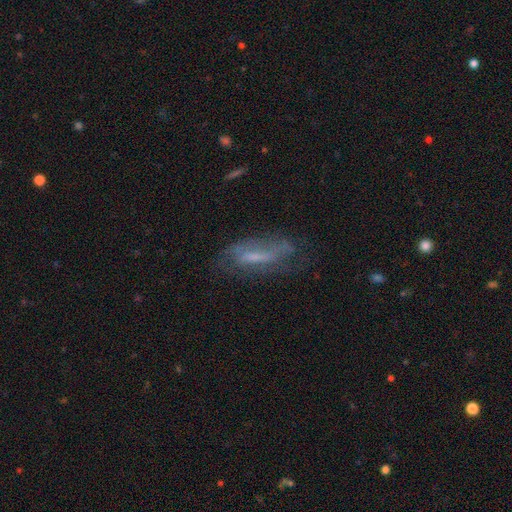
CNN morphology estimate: Smooth or featured: featured or disk — 56% (smooth — 34%)
Edge-on disk: no — 75% (yes — 25%)
Merging: none — 53% (minor disturbance — 26%)